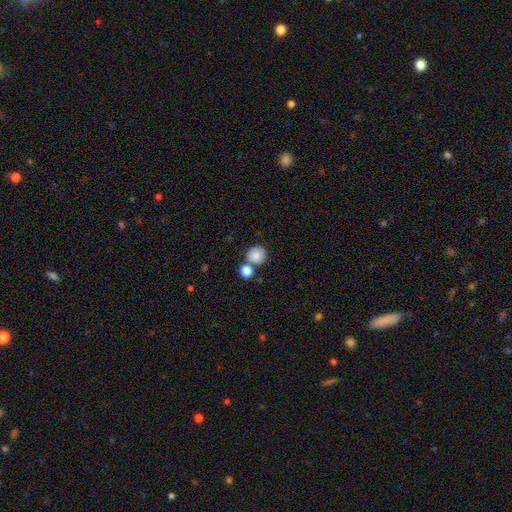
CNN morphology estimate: The model was most divided on "merging": none: 65%, merger: 24%, minor disturbance: 8%, major disturbance: 3%. More confident: how rounded — round (90%); smooth or featured — smooth (85%).